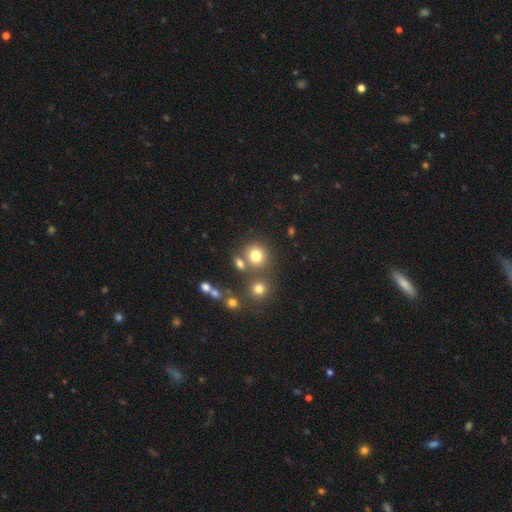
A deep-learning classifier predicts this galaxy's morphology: smooth 76%, star or artifact 15%, featured or disk 9%. Down the decision tree: how rounded — round (85%); merging — none (64%).